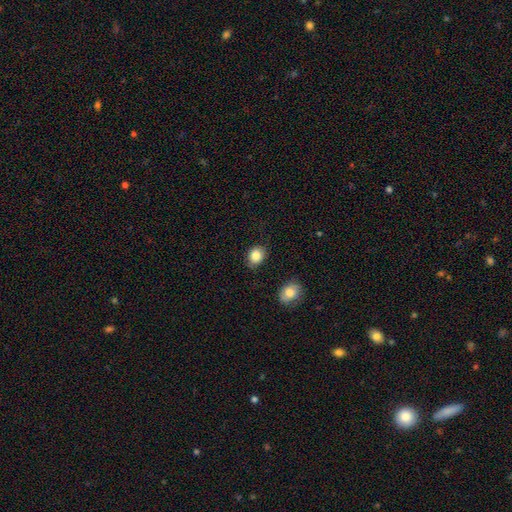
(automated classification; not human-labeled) Q: Smooth or featured?
A: smooth (85%); runner-up: star or artifact (9%)
Q: How rounded?
A: round (54%); runner-up: in between (45%)
Q: Merging?
A: none (79%); runner-up: minor disturbance (15%)